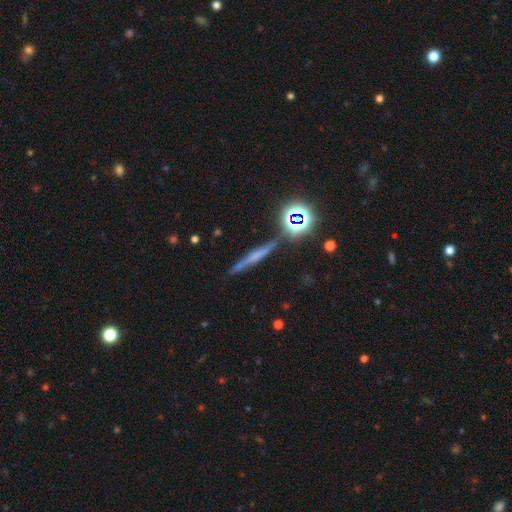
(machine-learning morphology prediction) This is marginally a featured or disk galaxy (41%). Merging: clearly none (83%).